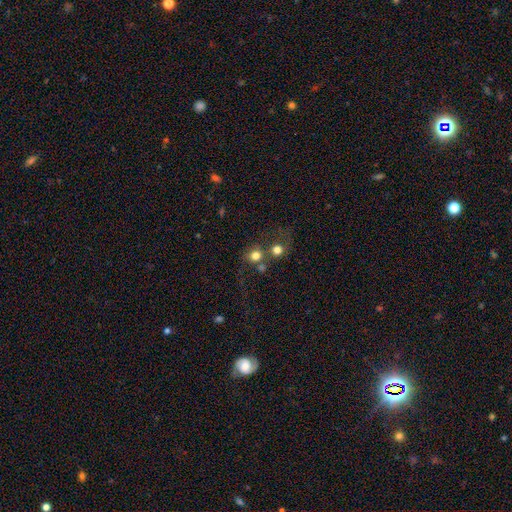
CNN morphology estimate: Q: Smooth or featured?
A: smooth (73%); runner-up: star or artifact (15%)
Q: How rounded?
A: round (85%); runner-up: in between (14%)
Q: Merging?
A: none (44%); runner-up: merger (38%)